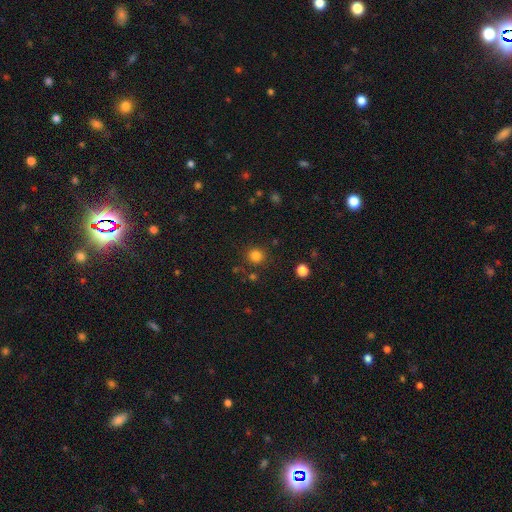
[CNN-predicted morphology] This is clearly a smooth galaxy (82%). How rounded: clearly round (93%). Merging: clearly none (86%).